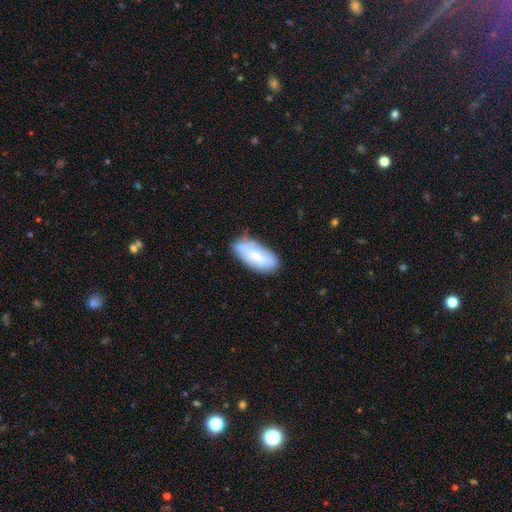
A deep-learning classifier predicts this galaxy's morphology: type=smooth (75%); roundness=in between (89%); merging=none (70%).